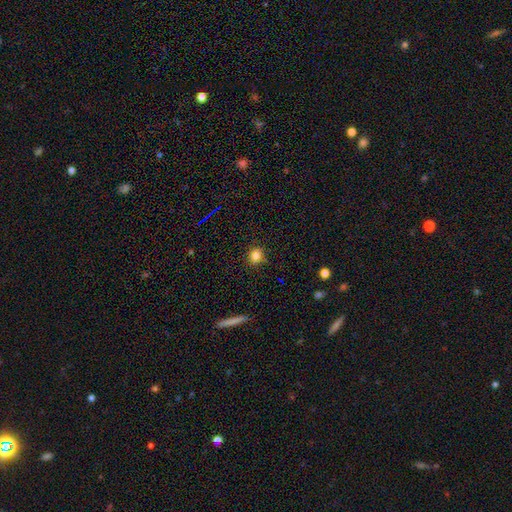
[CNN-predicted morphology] The model was most divided on "how rounded": round: 67%, in between: 31%, cigar-shaped: 2%. More confident: merging — none (87%); smooth or featured — smooth (83%).